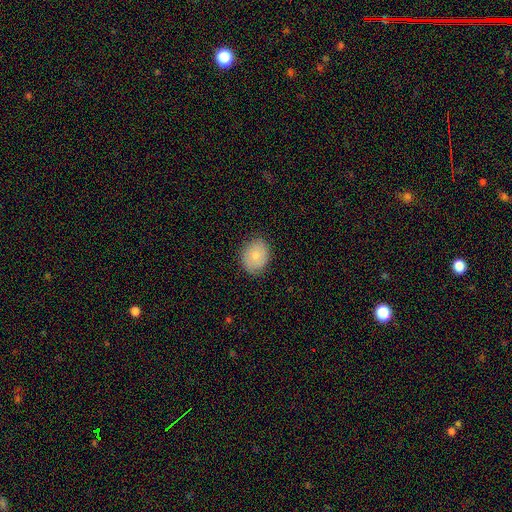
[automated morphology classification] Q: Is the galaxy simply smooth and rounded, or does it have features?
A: smooth — 75%.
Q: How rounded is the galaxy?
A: round — 51%.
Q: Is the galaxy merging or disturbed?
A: none — 83%.